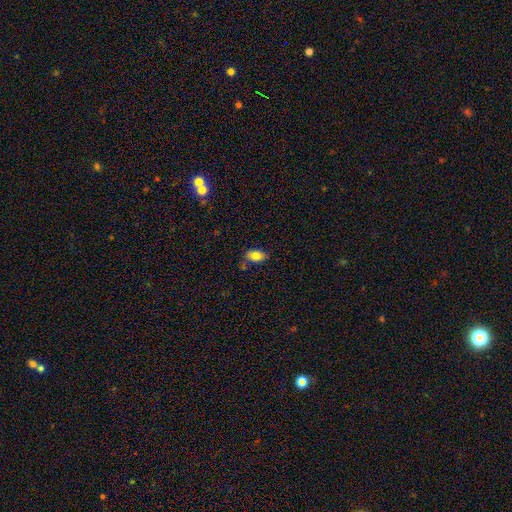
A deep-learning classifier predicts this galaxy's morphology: This is clearly a smooth galaxy (82%). How rounded: clearly in between (91%). Merging: likely none (70%).